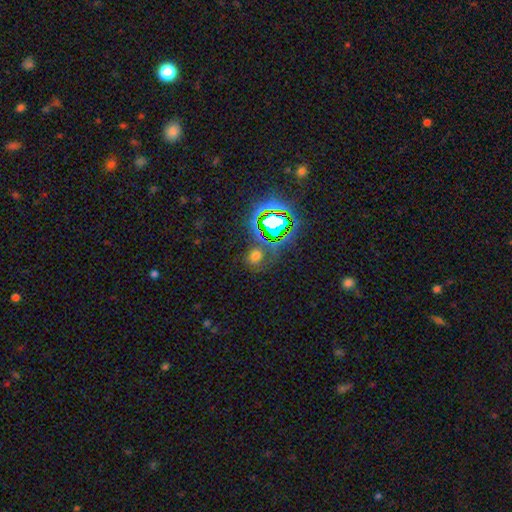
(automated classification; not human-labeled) Overall: smooth (44%, tied with star or artifact). Merging: none (72%).